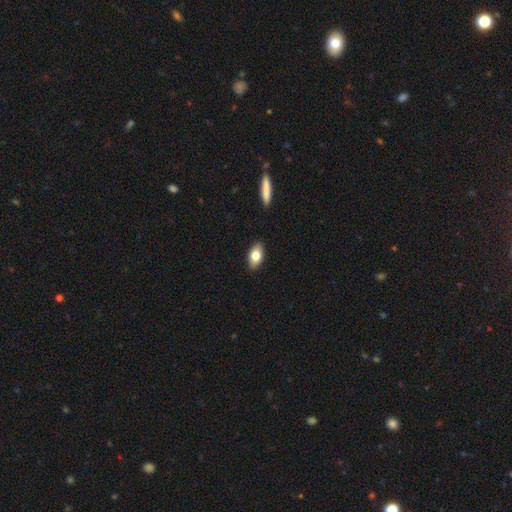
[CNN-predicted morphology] The model was most divided on "smooth or featured": smooth: 76%, featured or disk: 16%, star or artifact: 7%. More confident: how rounded — in between (90%); merging — none (88%).